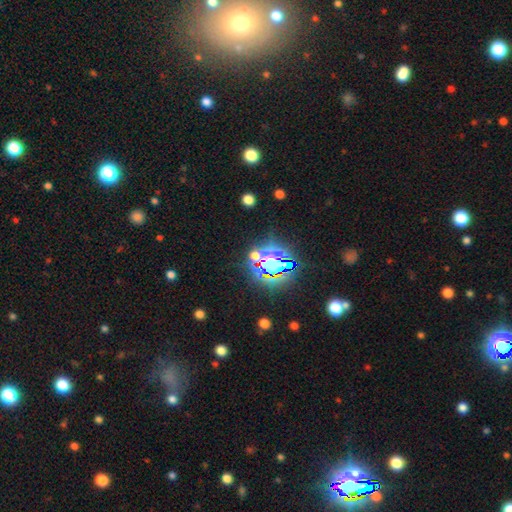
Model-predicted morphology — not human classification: A star or artifact, not a galaxy (74%).

Vote fractions:
- Smooth or featured? star or artifact: 74% / smooth: 16% / featured or disk: 10%